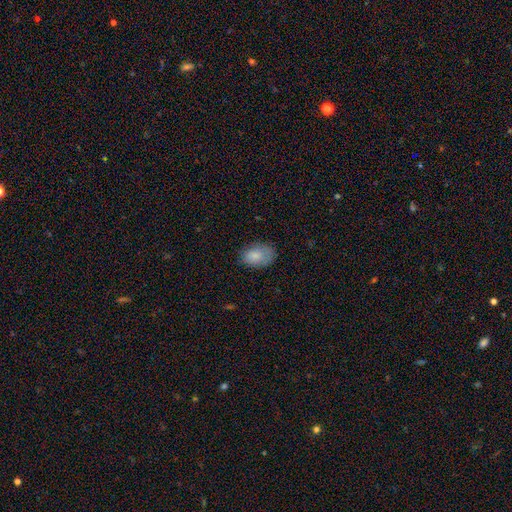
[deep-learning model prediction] The model was most divided on "merging": none: 71%, minor disturbance: 22%, major disturbance: 6%, merger: 1%. More confident: smooth or featured — smooth (82%); how rounded — in between (81%).